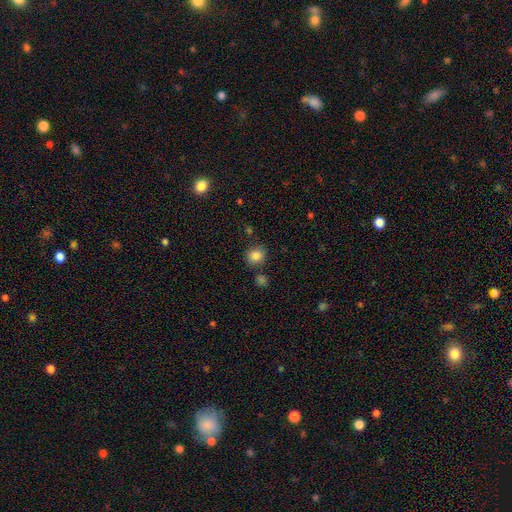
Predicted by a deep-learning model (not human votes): Smooth or featured? Predicted: smooth (p=0.84). How rounded? Predicted: round (p=0.80). Merging? Predicted: none (p=0.80).